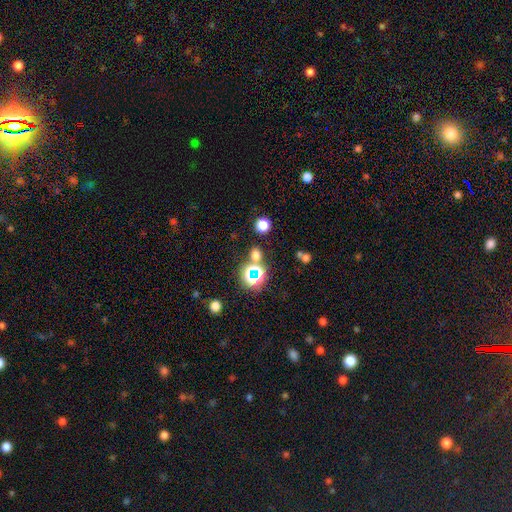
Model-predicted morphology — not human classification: smooth_or_featured: smooth (p=0.52) [alt: star or artifact p=0.40]
how_rounded: round (p=0.78) [alt: in between p=0.20]
merging: none (p=0.72) [alt: merger p=0.15]